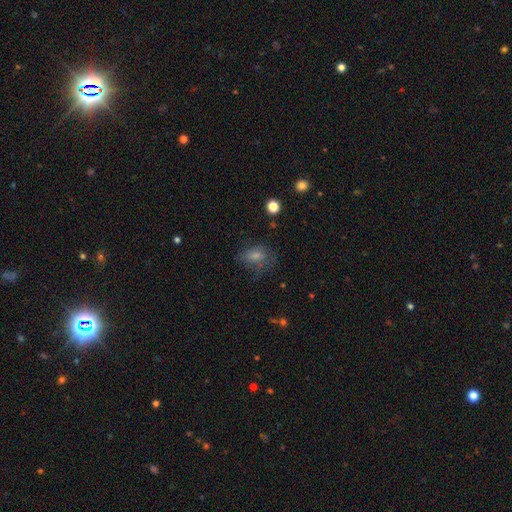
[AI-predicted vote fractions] Smooth or featured? smooth (70%)
How rounded? in between (76%)
Merging? none (49%)